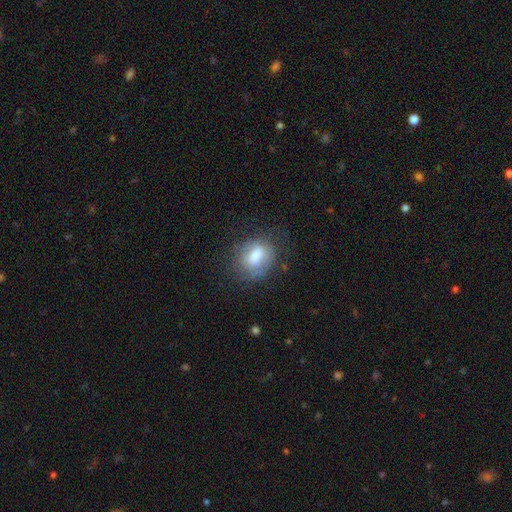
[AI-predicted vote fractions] smooth-or-featured: smooth: 65% | featured or disk: 24% | star or artifact: 11%
  how-rounded: in between: 58% | round: 41% | cigar-shaped: 2%
  merging: none: 68% | minor disturbance: 21% | major disturbance: 9% | merger: 2%